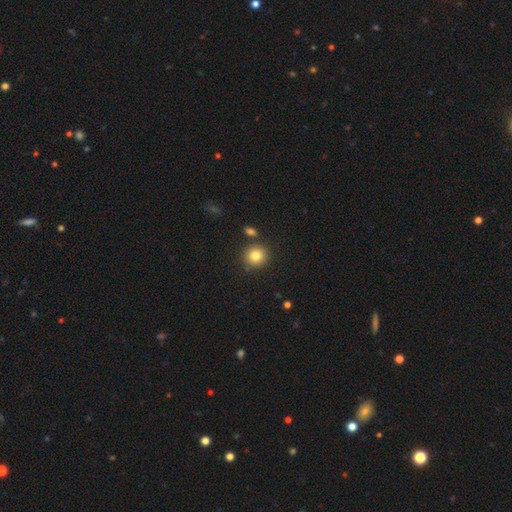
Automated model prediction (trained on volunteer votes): smooth_or_featured: smooth (p=0.83) [alt: star or artifact p=0.10]
how_rounded: round (p=0.88) [alt: in between p=0.11]
merging: none (p=0.82) [alt: minor disturbance p=0.08]